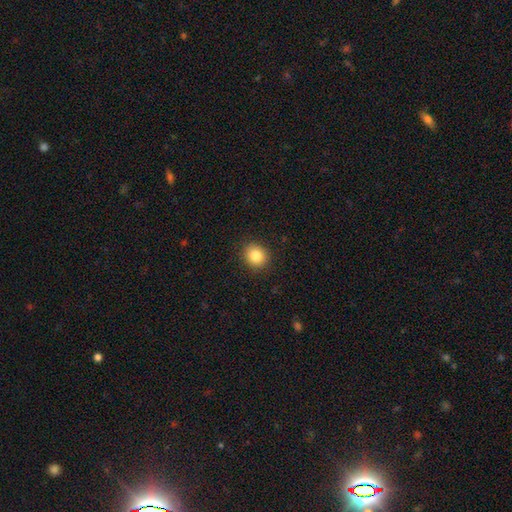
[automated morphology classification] Smooth or featured? Predicted: smooth (p=0.84). How rounded? Predicted: round (p=0.76). Merging? Predicted: none (p=0.90).